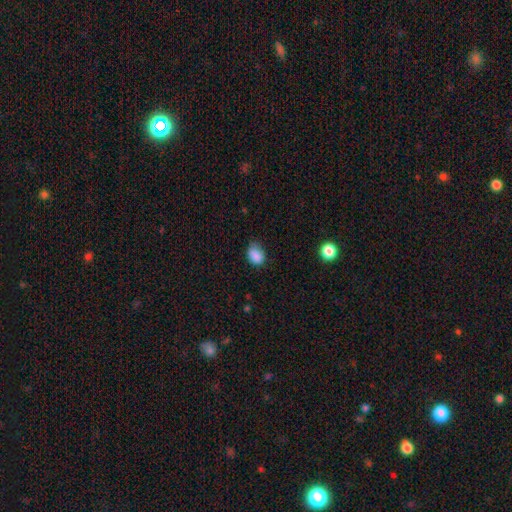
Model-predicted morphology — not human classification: The model was most divided on "merging": none: 56%, minor disturbance: 35%, major disturbance: 7%, merger: 2%. More confident: smooth or featured — smooth (86%); how rounded — in between (66%).